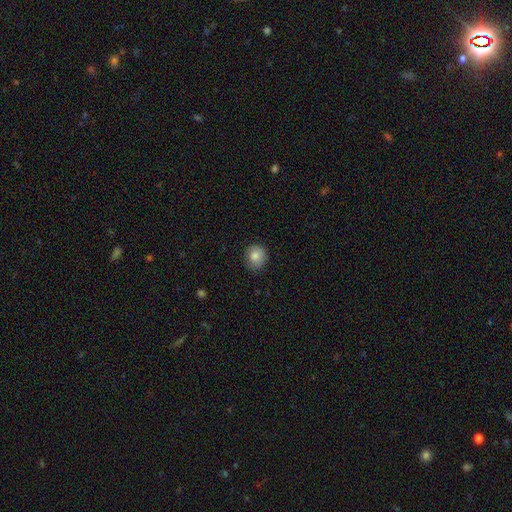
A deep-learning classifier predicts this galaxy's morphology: smooth-or-featured: smooth: 84% | star or artifact: 9% | featured or disk: 7%
  how-rounded: round: 77% | in between: 22% | cigar-shaped: 1%
  merging: none: 81% | minor disturbance: 15% | major disturbance: 3% | merger: 1%